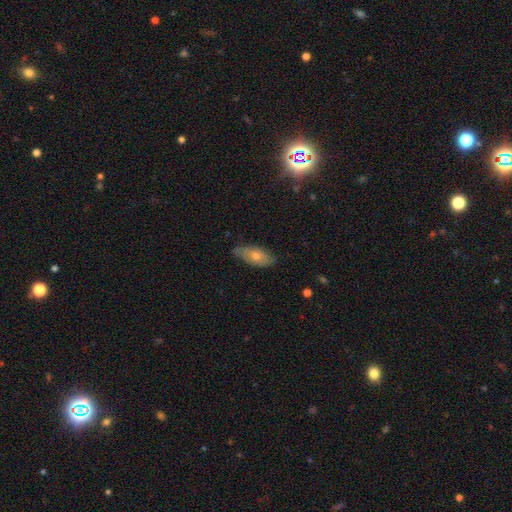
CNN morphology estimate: The model was most divided on "smooth or featured": smooth: 47%, featured or disk: 39%, star or artifact: 14%. More confident: merging — none (75%).